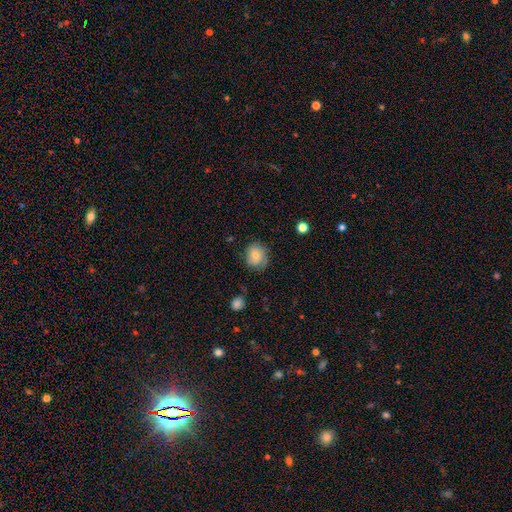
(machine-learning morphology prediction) Q: Smooth or featured?
A: smooth (66%); runner-up: featured or disk (26%)
Q: How rounded?
A: round (74%); runner-up: in between (25%)
Q: Merging?
A: none (73%); runner-up: minor disturbance (21%)